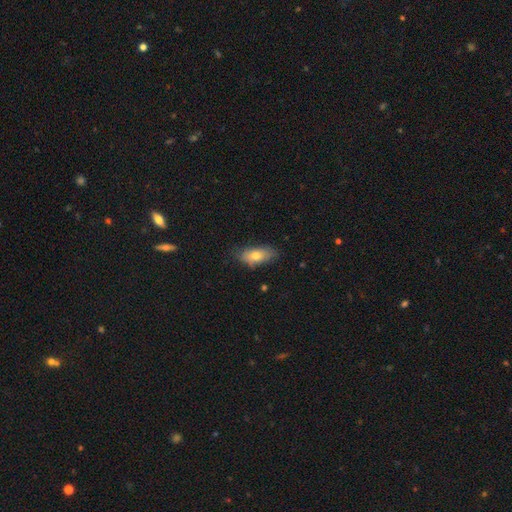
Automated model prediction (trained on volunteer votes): smooth_or_featured: smooth (p=0.73) [alt: featured or disk p=0.20]
how_rounded: in between (p=0.83) [alt: cigar-shaped p=0.12]
merging: none (p=0.72) [alt: minor disturbance p=0.22]